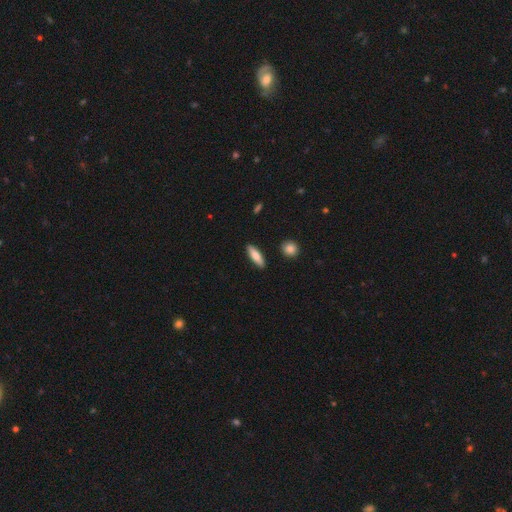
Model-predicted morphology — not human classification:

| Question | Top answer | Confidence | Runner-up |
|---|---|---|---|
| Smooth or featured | smooth | 77% | featured or disk (18%) |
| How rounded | cigar-shaped | 57% | in between (41%) |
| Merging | none | 89% | minor disturbance (7%) |